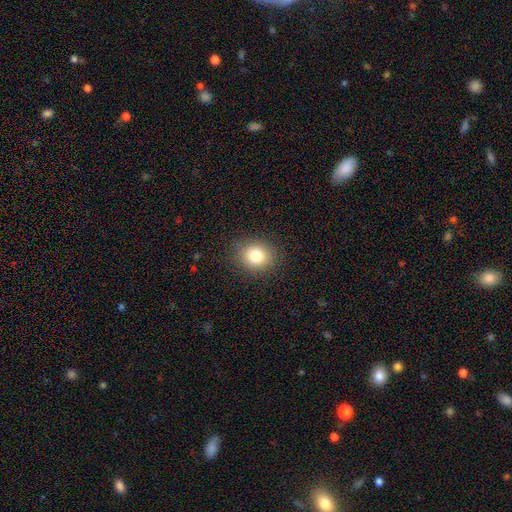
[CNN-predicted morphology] Q: Smooth or featured?
A: smooth (81%); runner-up: star or artifact (11%)
Q: How rounded?
A: round (68%); runner-up: in between (31%)
Q: Merging?
A: none (88%); runner-up: minor disturbance (8%)